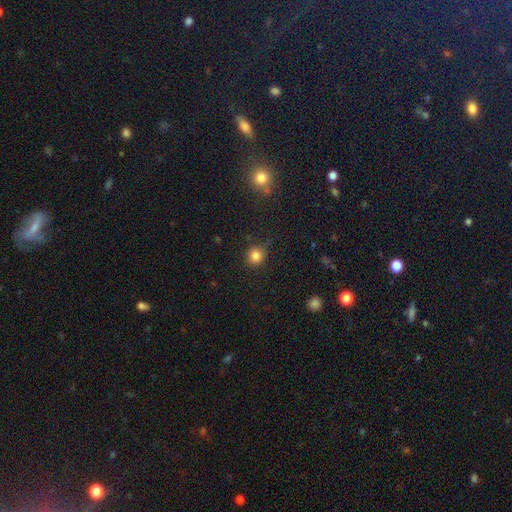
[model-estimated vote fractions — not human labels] A smooth galaxy with no disk features (82%) that is round (87%).

Vote fractions:
- Smooth or featured? smooth: 82% / star or artifact: 13% / featured or disk: 5%
- How rounded? round: 87% / in between: 12% / cigar-shaped: 1%
- Merging? none: 81% / minor disturbance: 14% / major disturbance: 3% / merger: 2%